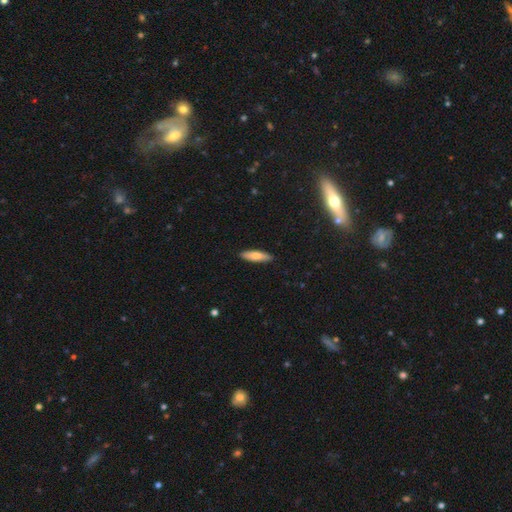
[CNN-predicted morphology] type=smooth (71%); roundness=cigar-shaped (65%); merging=none (89%).